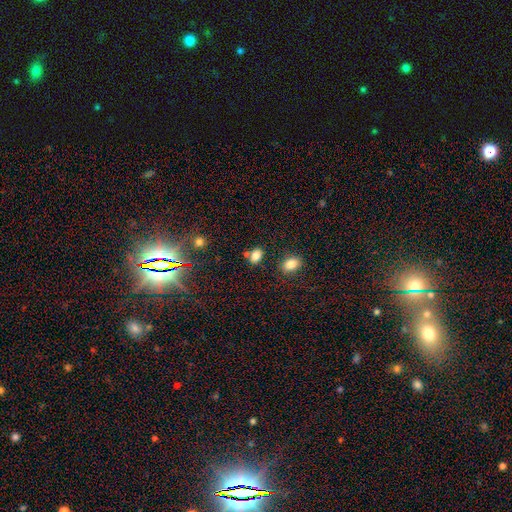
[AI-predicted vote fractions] Smooth or featured: smooth — 82% (star or artifact — 12%)
How rounded: in between — 80% (round — 18%)
Merging: none — 69% (merger — 15%)